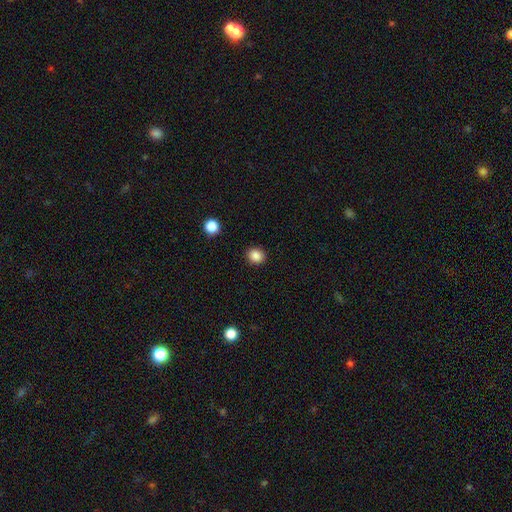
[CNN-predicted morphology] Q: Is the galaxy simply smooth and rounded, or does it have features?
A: smooth — 86%.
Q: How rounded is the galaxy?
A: round — 79%.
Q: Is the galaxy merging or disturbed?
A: none — 91%.